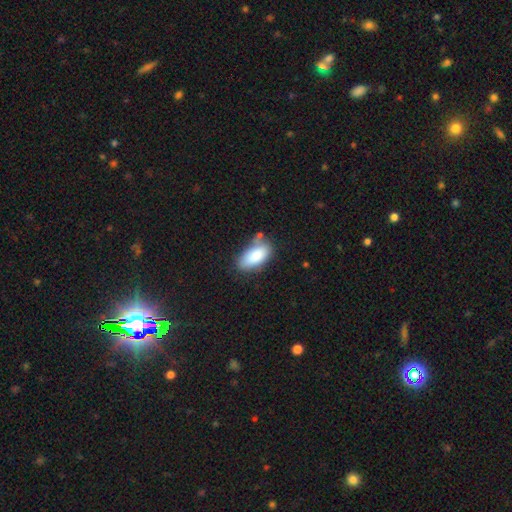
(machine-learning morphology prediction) Smooth or featured? Predicted: smooth (p=0.84). How rounded? Predicted: in between (p=0.92). Merging? Predicted: none (p=0.64).